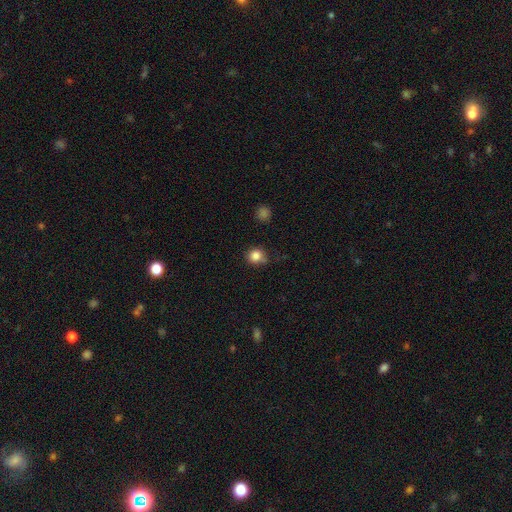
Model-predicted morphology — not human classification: type=smooth (84%); roundness=round (85%); merging=none (69%).